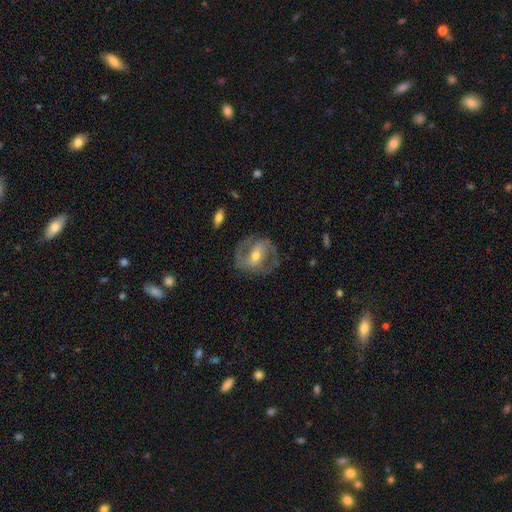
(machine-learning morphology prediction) This is clearly a featured or disk galaxy (81%). It is clearly not viewed edge-on (96%). Bar: marginally strong (43%). Spiral arm pattern: clearly yes (87%). Spiral arm count: clearly 2 (87%). Spiral winding: possibly medium (51%). Central bulge: likely moderate (62%). Merging: likely none (78%).